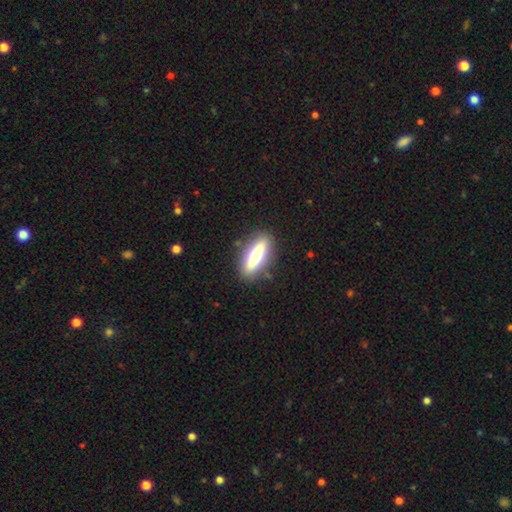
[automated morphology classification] Smooth or featured?
  - smooth: 56% *
  - featured or disk: 38%
  - star or artifact: 7%
How rounded?
  - cigar-shaped: 61% *
  - in between: 37%
  - round: 2%
Merging?
  - none: 87% *
  - minor disturbance: 9%
  - major disturbance: 3%
  - merger: 2%